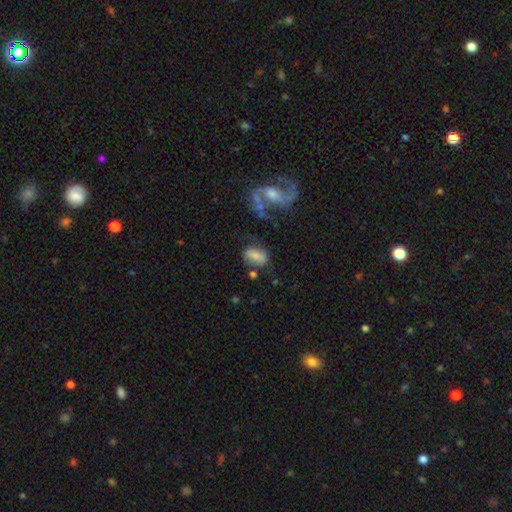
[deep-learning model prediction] smooth-or-featured: smooth: 63% | featured or disk: 28% | star or artifact: 9%
  how-rounded: in between: 85% | round: 13% | cigar-shaped: 2%
  merging: none: 58% | minor disturbance: 22% | major disturbance: 11% | merger: 9%